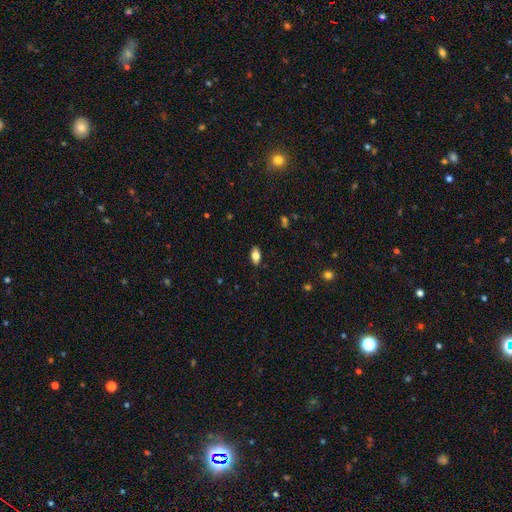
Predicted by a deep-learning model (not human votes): smooth-or-featured: smooth: 77% | featured or disk: 15% | star or artifact: 8%
  how-rounded: in between: 88% | cigar-shaped: 7% | round: 5%
  merging: none: 87% | minor disturbance: 10% | major disturbance: 2% | merger: 1%